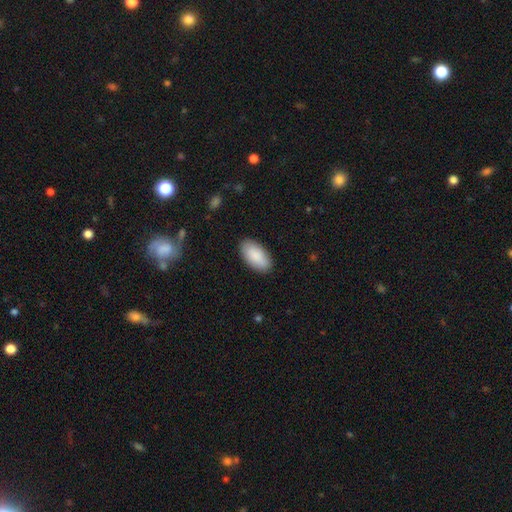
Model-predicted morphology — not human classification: type=smooth (89%); roundness=in between (95%); merging=none (88%).